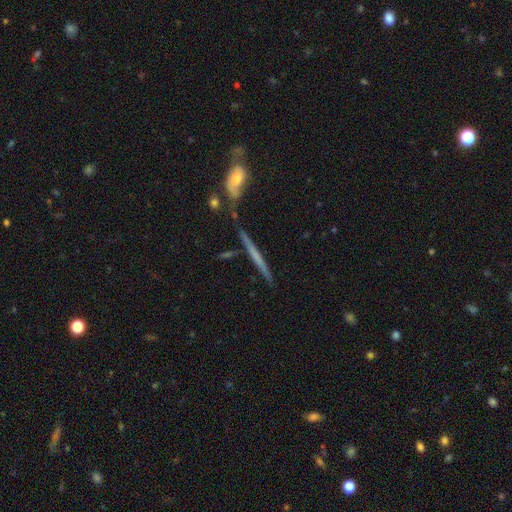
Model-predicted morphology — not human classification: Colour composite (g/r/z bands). It shows a featured or disk galaxy (59%) viewed edge-on (95%) with no central bulge (78%). Merging: none (78%).